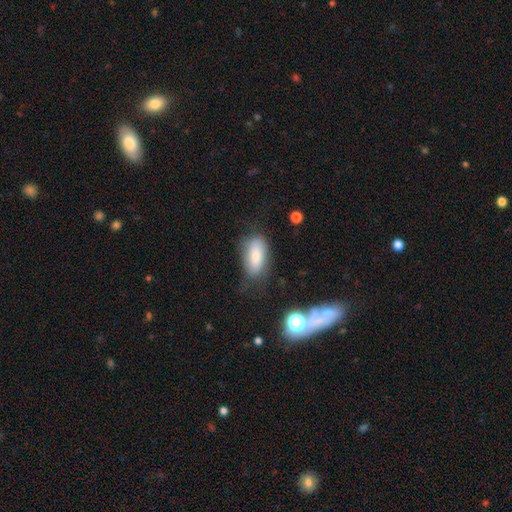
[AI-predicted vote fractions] Smooth or featured? Predicted: smooth (p=0.77). How rounded? Predicted: in between (p=0.88). Merging? Predicted: none (p=0.64).